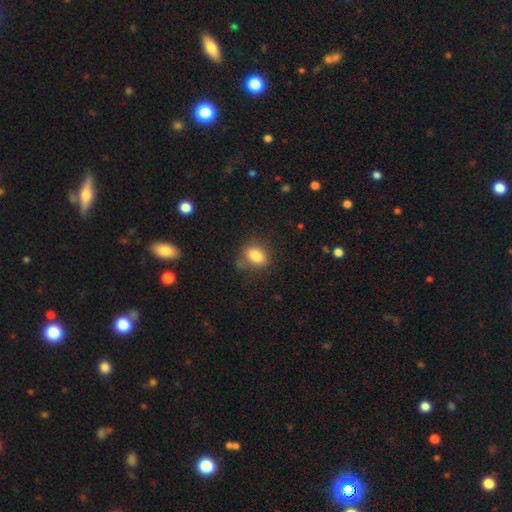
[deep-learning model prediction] Smooth or featured? Predicted: smooth (p=0.83). How rounded? Predicted: in between (p=0.75). Merging? Predicted: none (p=0.72).